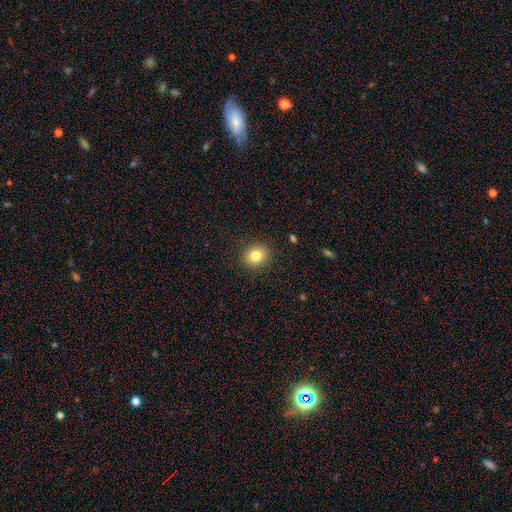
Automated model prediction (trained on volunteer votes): The model was most divided on "how rounded": round: 71%, in between: 28%, cigar-shaped: 1%. More confident: merging — none (89%); smooth or featured — smooth (83%).